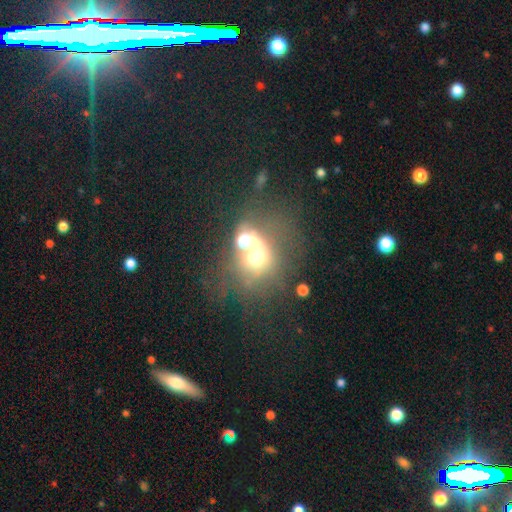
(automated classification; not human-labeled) smooth-or-featured: smooth: 47% | featured or disk: 37% | star or artifact: 17%
  merging: merger: 54% | none: 21% | major disturbance: 15% | minor disturbance: 9%